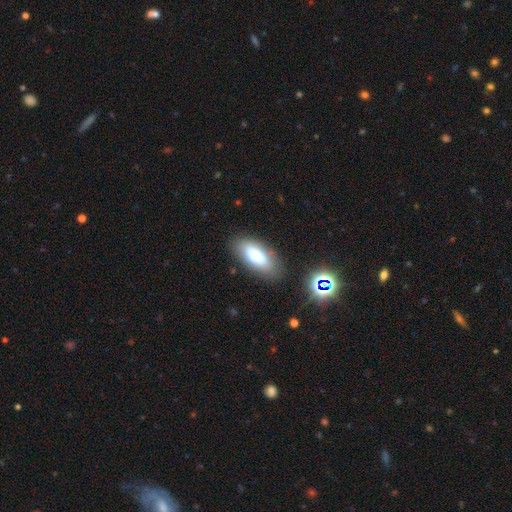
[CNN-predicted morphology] The model was most divided on "smooth or featured": smooth: 78%, featured or disk: 14%, star or artifact: 8%. More confident: how rounded — in between (86%); merging — none (81%).